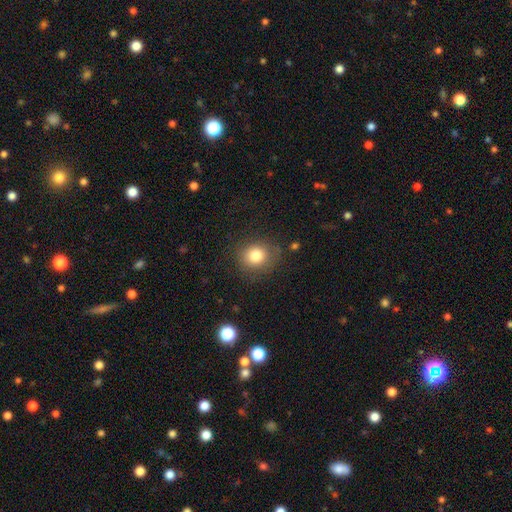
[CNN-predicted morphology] Smooth or featured? smooth (81%)
How rounded? round (79%)
Merging? none (81%)